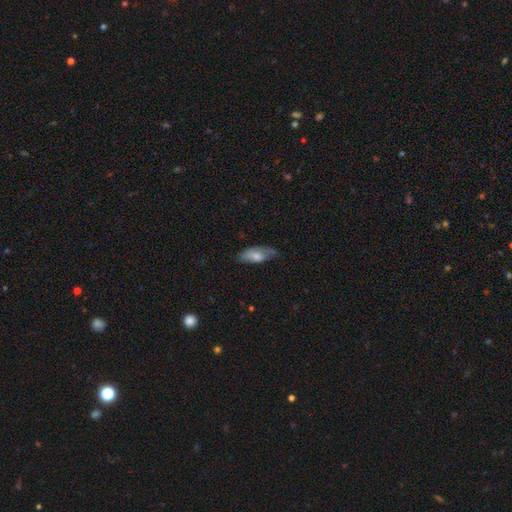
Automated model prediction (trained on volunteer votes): Overall: smooth (66%; featured or disk 28%). How rounded: in between (84%). Merging: none (54%; minor disturbance 35%).